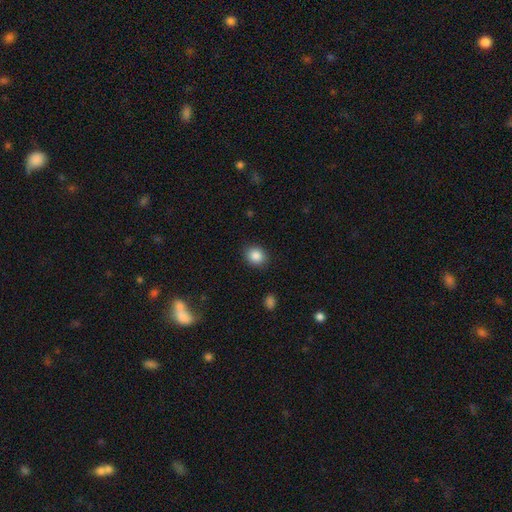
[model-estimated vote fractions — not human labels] The model was most divided on "how rounded": round: 61%, in between: 38%, cigar-shaped: 1%. More confident: merging — none (88%); smooth or featured — smooth (87%).